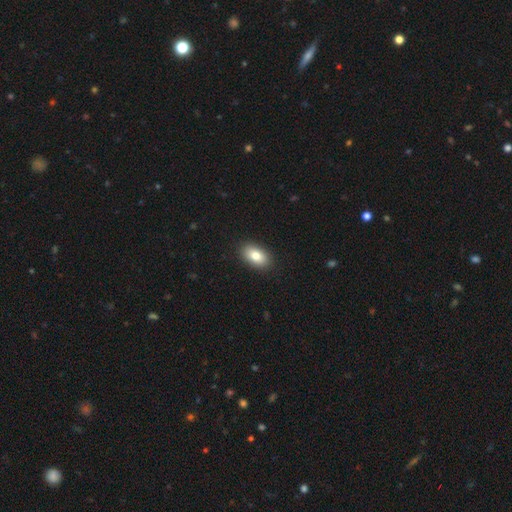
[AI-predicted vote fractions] Morphology: type=smooth (81%); roundness=in between (90%); merging=none (90%).